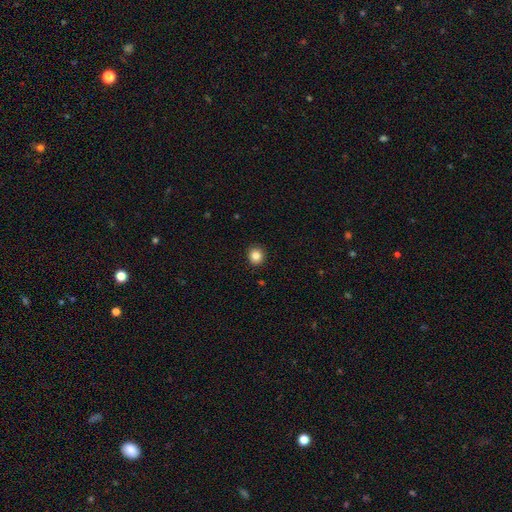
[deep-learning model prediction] Smooth or featured?
  - smooth: 85% *
  - star or artifact: 11%
  - featured or disk: 5%
How rounded?
  - round: 91% *
  - in between: 8%
  - cigar-shaped: 1%
Merging?
  - none: 92% *
  - minor disturbance: 5%
  - major disturbance: 2%
  - merger: 1%